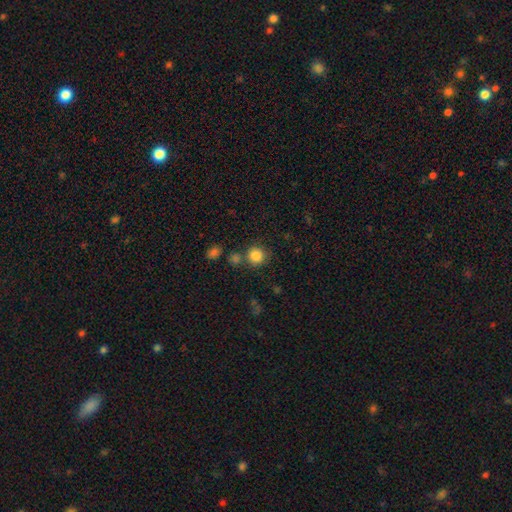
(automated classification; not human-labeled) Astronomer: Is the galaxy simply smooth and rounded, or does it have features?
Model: smooth — 84%.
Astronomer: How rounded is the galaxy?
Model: round — 92%.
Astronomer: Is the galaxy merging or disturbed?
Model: none — 75%.